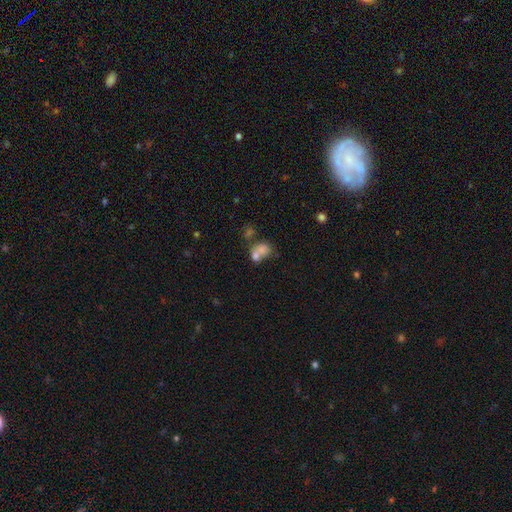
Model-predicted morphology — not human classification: A smooth galaxy with no disk features (64%) that is round (52%).

Vote fractions:
- Smooth or featured? smooth: 64% / star or artifact: 20% / featured or disk: 17%
- How rounded? round: 52% / in between: 46% / cigar-shaped: 2%
- Merging? merger: 56% / none: 29% / minor disturbance: 8% / major disturbance: 6%